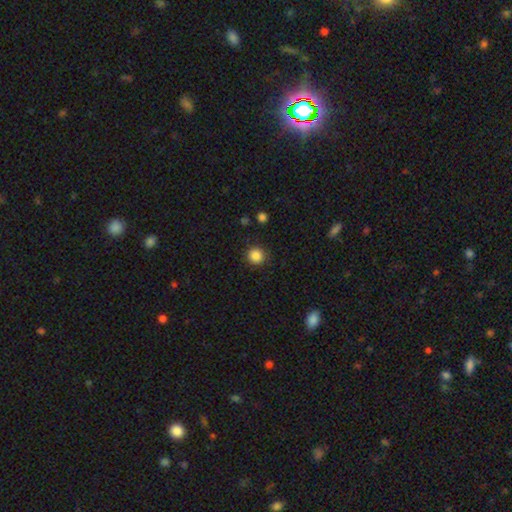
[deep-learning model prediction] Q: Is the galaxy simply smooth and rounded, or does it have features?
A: smooth — 86%.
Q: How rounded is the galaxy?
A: round — 93%.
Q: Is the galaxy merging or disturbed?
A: none — 90%.